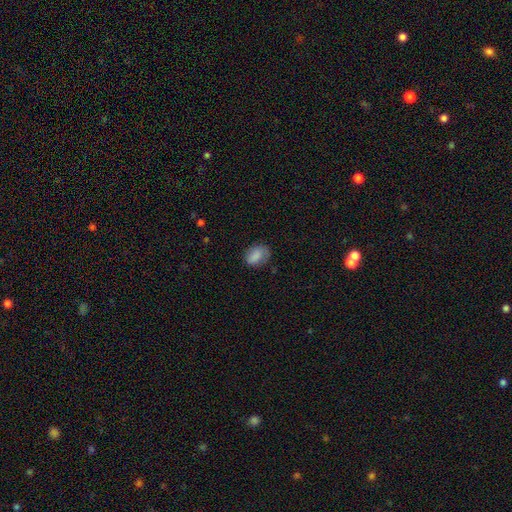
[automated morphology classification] Smooth or featured? smooth (81%)
How rounded? in between (74%)
Merging? none (66%)